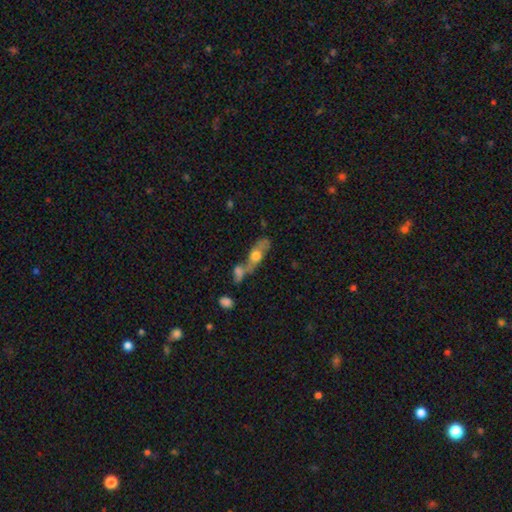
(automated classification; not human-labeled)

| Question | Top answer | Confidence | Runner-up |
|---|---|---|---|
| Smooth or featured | smooth | 51% | featured or disk (40%) |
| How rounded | in between | 63% | cigar-shaped (26%) |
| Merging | merger | 60% | none (22%) |